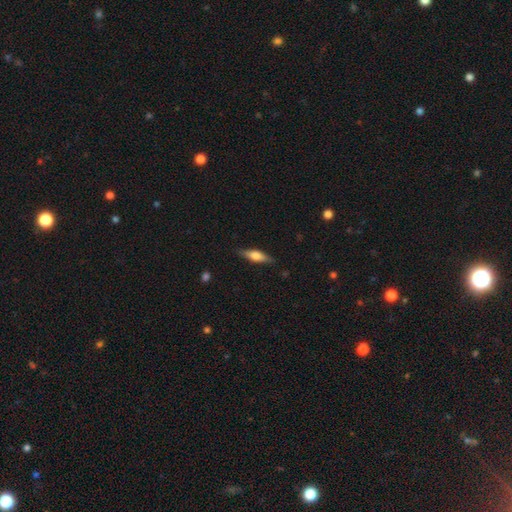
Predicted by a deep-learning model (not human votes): This is possibly a smooth galaxy (50%). How rounded: possibly cigar-shaped (56%). Merging: clearly none (84%).